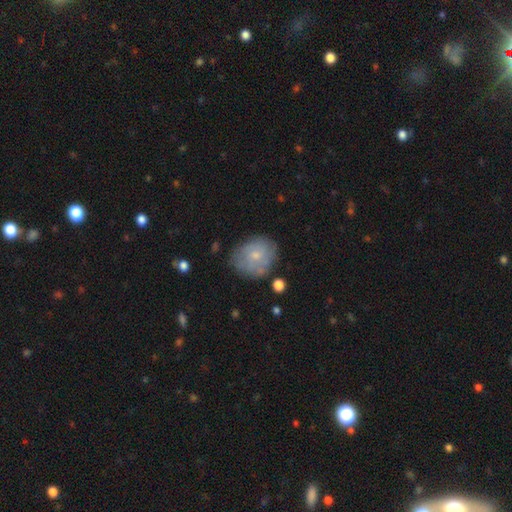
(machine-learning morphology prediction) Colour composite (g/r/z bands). It shows a smooth galaxy with no disk features (54%) that is round (56%). Merging: none (63%).